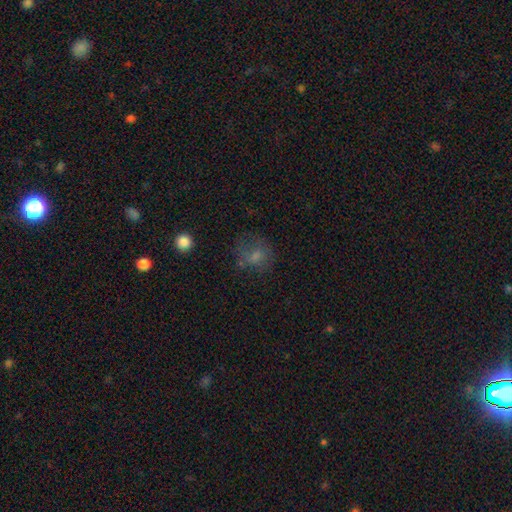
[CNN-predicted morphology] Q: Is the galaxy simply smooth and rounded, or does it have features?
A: smooth — 56%.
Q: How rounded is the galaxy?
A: round — 68%.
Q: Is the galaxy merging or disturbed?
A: none — 58%.